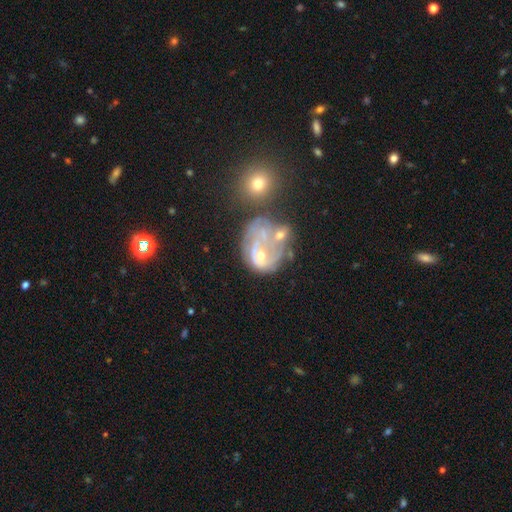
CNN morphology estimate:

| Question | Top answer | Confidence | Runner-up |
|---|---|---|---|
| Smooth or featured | featured or disk | 51% | smooth (29%) |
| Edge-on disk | no | 97% | yes (3%) |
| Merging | merger | 35% | none (29%) |